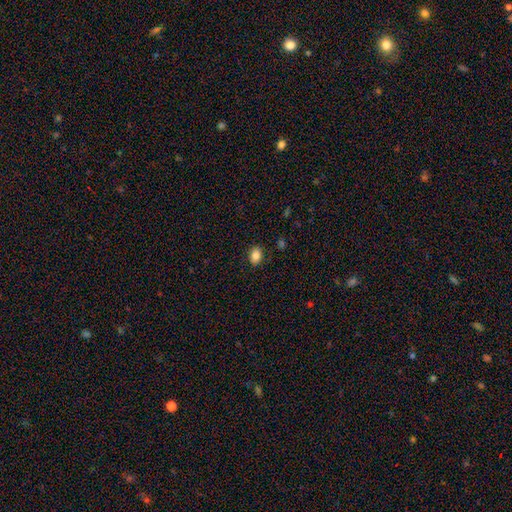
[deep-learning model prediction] Smooth or featured: smooth — 85% (star or artifact — 9%)
How rounded: in between — 69% (round — 30%)
Merging: none — 88% (minor disturbance — 9%)